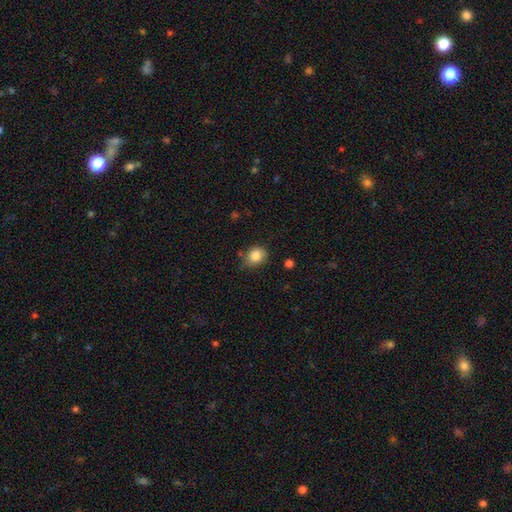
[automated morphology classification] type=smooth (84%); roundness=round (61%); merging=none (69%).